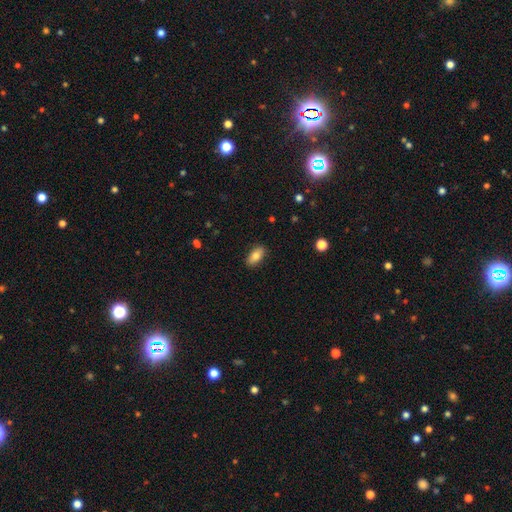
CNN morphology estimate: This appears to be a smooth galaxy with no disk features (80%) that is in between round and cigar-shaped (90%). Merging: none (88%).